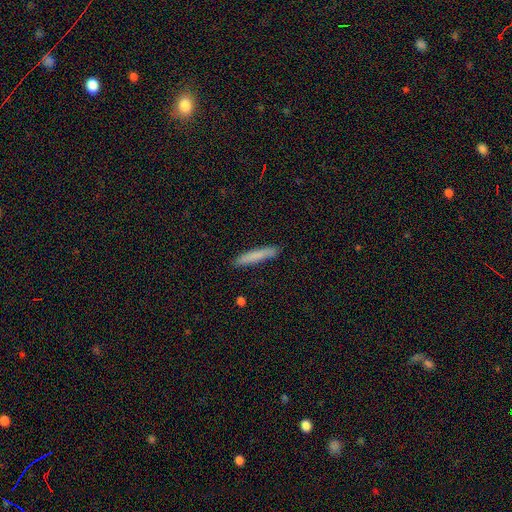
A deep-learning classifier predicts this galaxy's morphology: smooth-or-featured: smooth: 79% | featured or disk: 15% | star or artifact: 6%
  how-rounded: cigar-shaped: 94% | in between: 5% | round: 1%
  merging: none: 89% | minor disturbance: 8% | major disturbance: 2% | merger: 1%